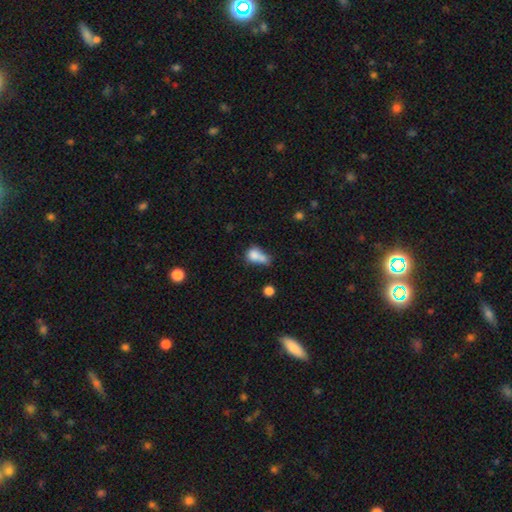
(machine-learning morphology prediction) Smooth or featured? Predicted: smooth (p=0.76). How rounded? Predicted: in between (p=0.55). Merging? Predicted: merger (p=0.53).